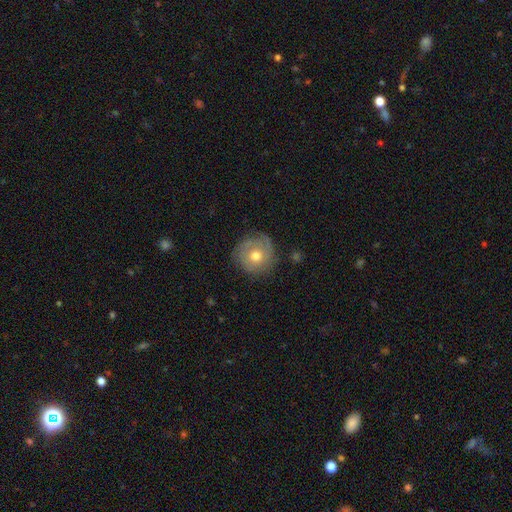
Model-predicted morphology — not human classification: Smooth or featured? smooth (50%)
How rounded? round (93%)
Merging? none (76%)